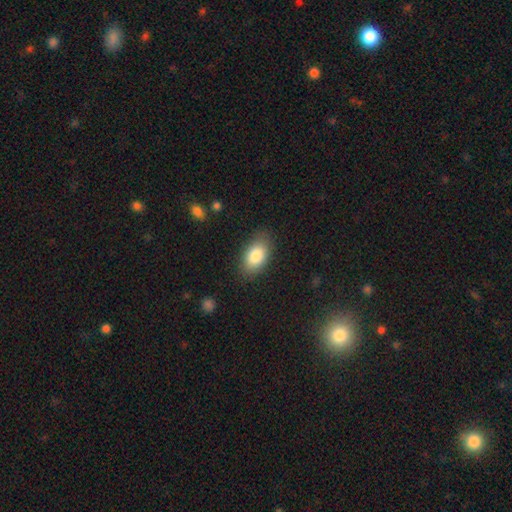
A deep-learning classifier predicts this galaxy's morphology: Smooth or featured? Predicted: smooth (p=0.84). How rounded? Predicted: in between (p=0.92). Merging? Predicted: none (p=0.83).